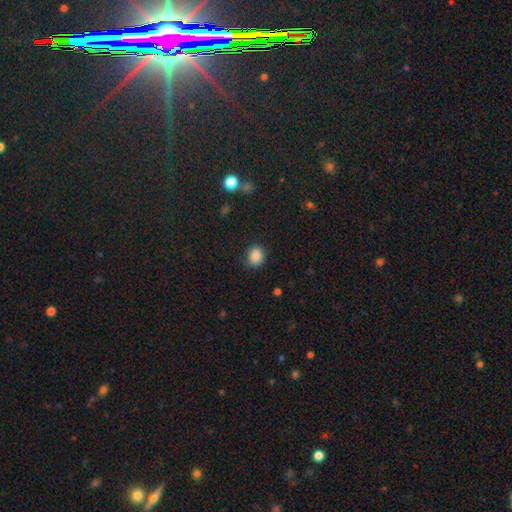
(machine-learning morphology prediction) smooth-or-featured: smooth: 86% | star or artifact: 10% | featured or disk: 4%
  how-rounded: round: 62% | in between: 37% | cigar-shaped: 1%
  merging: none: 78% | minor disturbance: 16% | major disturbance: 4% | merger: 1%